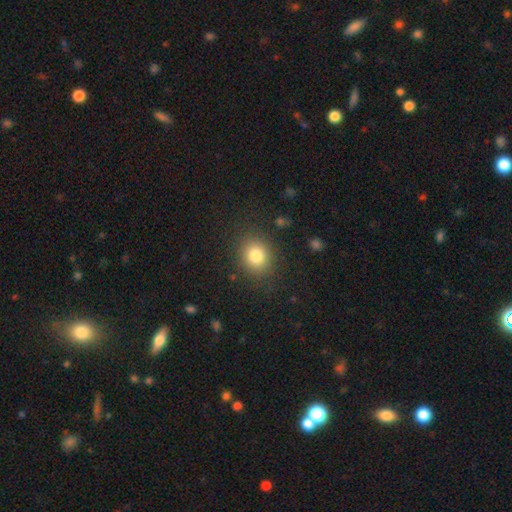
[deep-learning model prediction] Morphology: type=smooth (81%); roundness=round (68%); merging=none (85%).